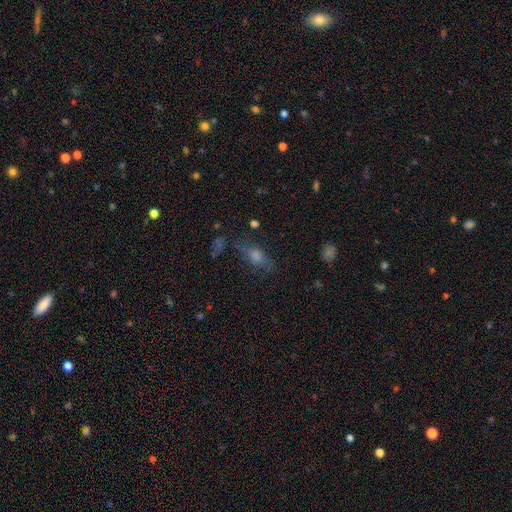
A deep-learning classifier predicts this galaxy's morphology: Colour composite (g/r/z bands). It shows a smooth galaxy with no disk features (41%). Merging: none (71%).